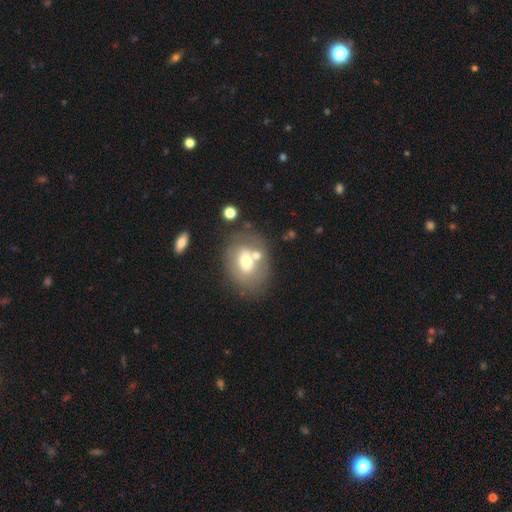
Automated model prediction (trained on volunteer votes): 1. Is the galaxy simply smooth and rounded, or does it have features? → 51% smooth, 39% featured or disk, 10% star or artifact.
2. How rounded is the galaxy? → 67% in between, 31% round, 1% cigar-shaped.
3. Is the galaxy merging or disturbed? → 58% none, 18% merger, 16% minor disturbance, 8% major disturbance.